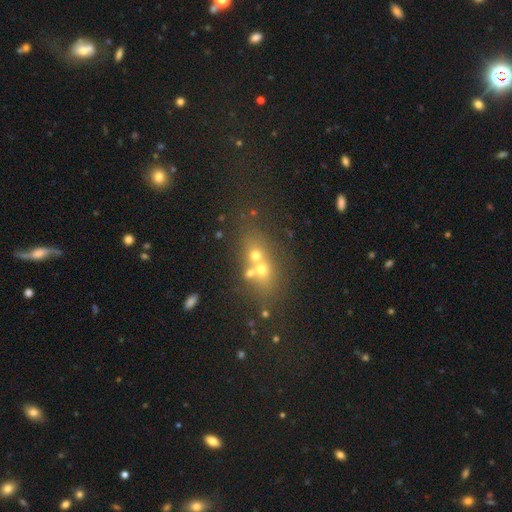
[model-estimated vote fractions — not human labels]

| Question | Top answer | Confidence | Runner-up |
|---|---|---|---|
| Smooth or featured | smooth | 52% | featured or disk (27%) |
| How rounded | round | 54% | in between (42%) |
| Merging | merger | 57% | none (30%) |